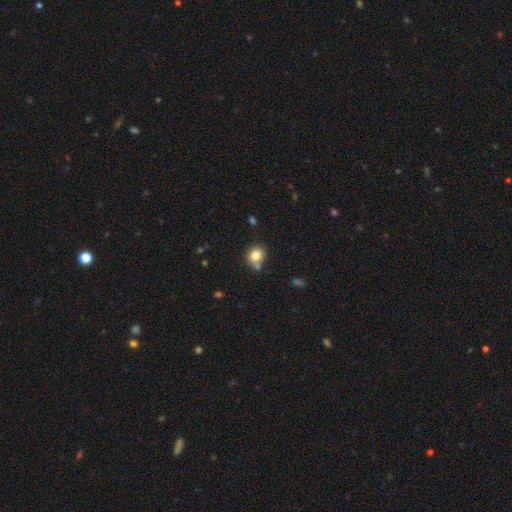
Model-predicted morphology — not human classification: Smooth or featured: smooth — 81% (star or artifact — 10%)
How rounded: round — 71% (in between — 28%)
Merging: none — 66% (merger — 19%)